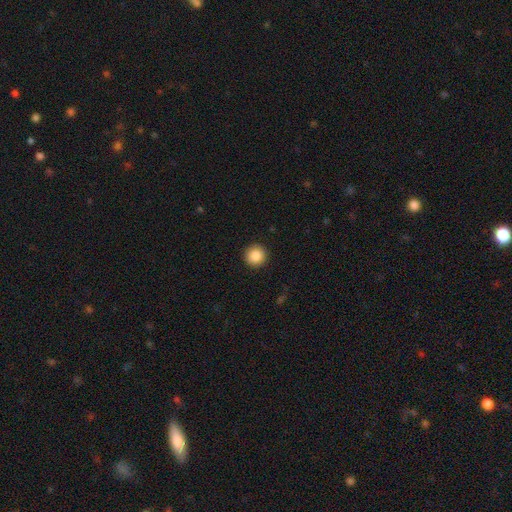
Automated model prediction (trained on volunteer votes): Smooth or featured?
  - smooth: 86% *
  - star or artifact: 9%
  - featured or disk: 5%
How rounded?
  - round: 96% *
  - in between: 4%
  - cigar-shaped: 1%
Merging?
  - none: 93% *
  - minor disturbance: 5%
  - major disturbance: 2%
  - merger: 1%